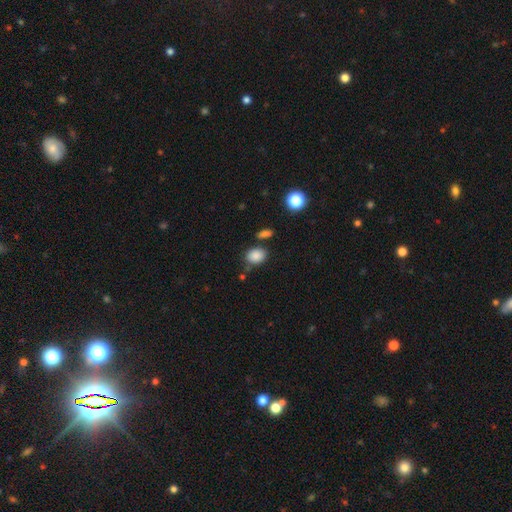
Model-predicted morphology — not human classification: smooth 86%, star or artifact 9%, featured or disk 5%. Down the decision tree: how rounded — in between (61%); merging — none (72%).